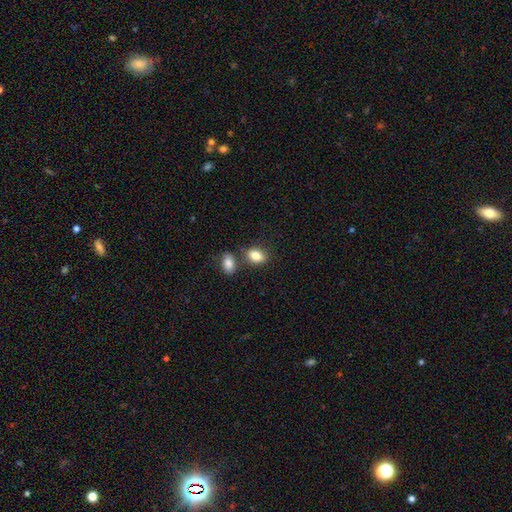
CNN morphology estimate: Smooth or featured? Predicted: smooth (p=0.85). How rounded? Predicted: in between (p=0.81). Merging? Predicted: none (p=0.64).